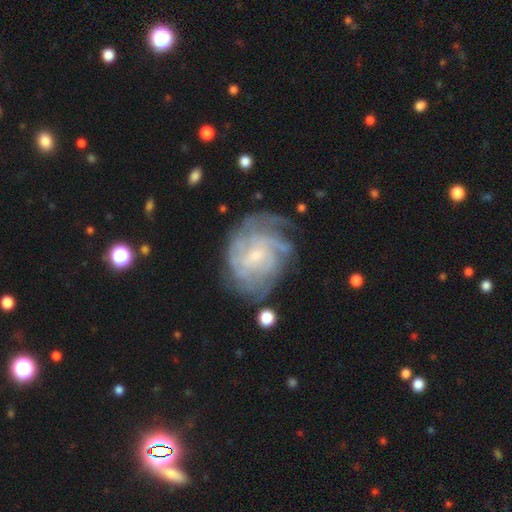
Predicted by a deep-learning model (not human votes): This appears to be a featured or disk galaxy (84%) with no bar (56%), tight (59%) spiral arms (94%) and a small central bulge (76%). Merging: none (62%).